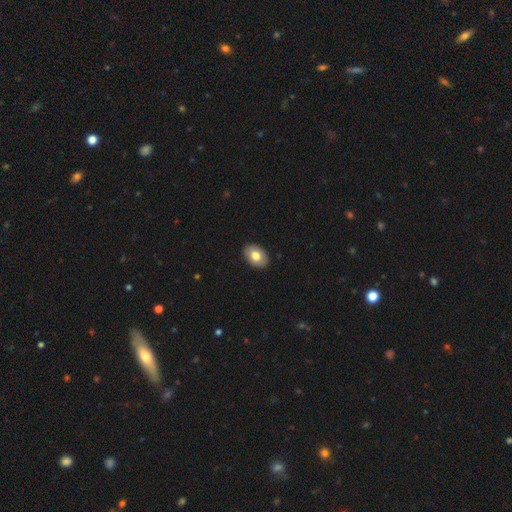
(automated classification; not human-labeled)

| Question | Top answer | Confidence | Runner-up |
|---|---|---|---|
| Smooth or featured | smooth | 74% | featured or disk (20%) |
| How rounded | in between | 82% | round (17%) |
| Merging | none | 89% | minor disturbance (8%) |